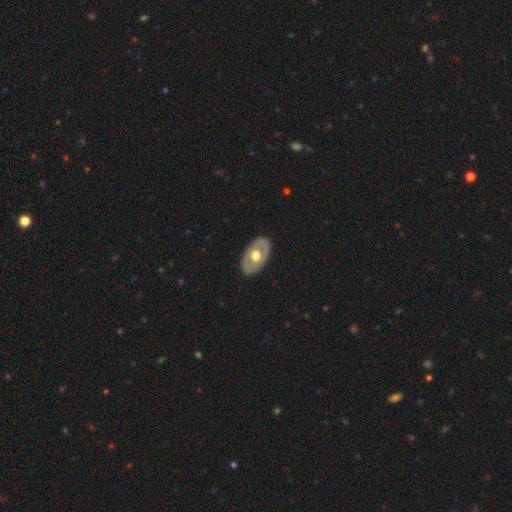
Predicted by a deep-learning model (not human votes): Smooth or featured? Predicted: featured or disk (p=0.53). Edge-on disk? Predicted: no (p=0.87). Merging? Predicted: none (p=0.86).